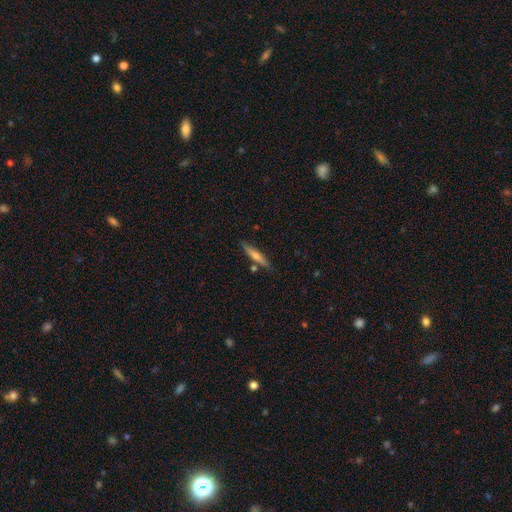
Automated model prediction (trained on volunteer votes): smooth 54%, featured or disk 40%, star or artifact 6%. Down the decision tree: how rounded — cigar-shaped (90%); merging — none (80%).